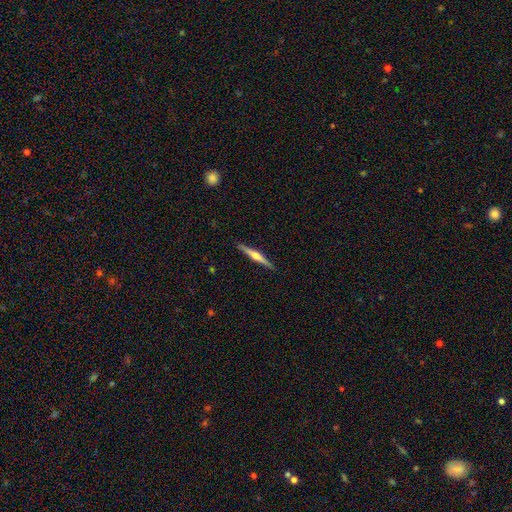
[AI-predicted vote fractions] Morphology: type=featured or disk (70%); edge-on=yes (98%); edge-on bulge=rounded (91%); merging=none (91%).